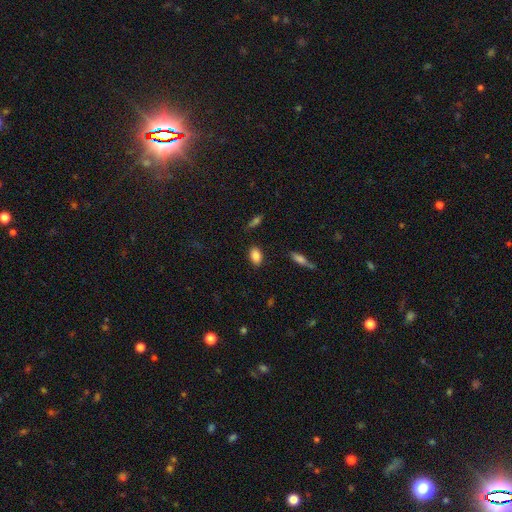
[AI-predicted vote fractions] This is clearly a smooth galaxy (86%). How rounded: clearly in between (87%). Merging: clearly none (86%).